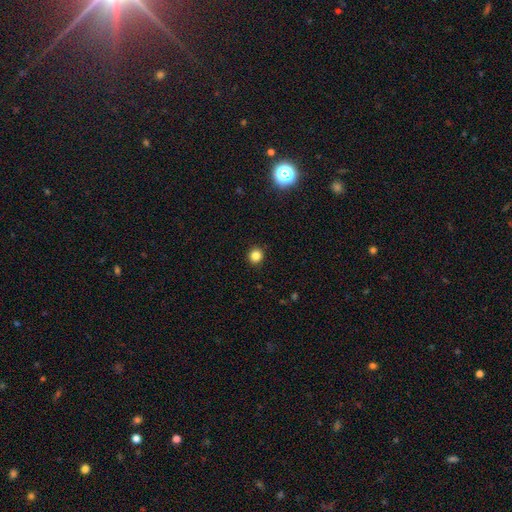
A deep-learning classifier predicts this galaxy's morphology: This appears to be a smooth galaxy with no disk features (83%) that is round (90%). Merging: none (92%).